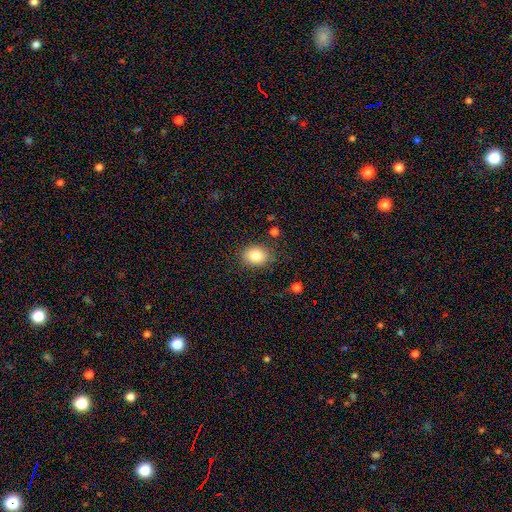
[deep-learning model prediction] A smooth galaxy with no disk features (83%) that is in between round and cigar-shaped (54%). Merging: none (80%).